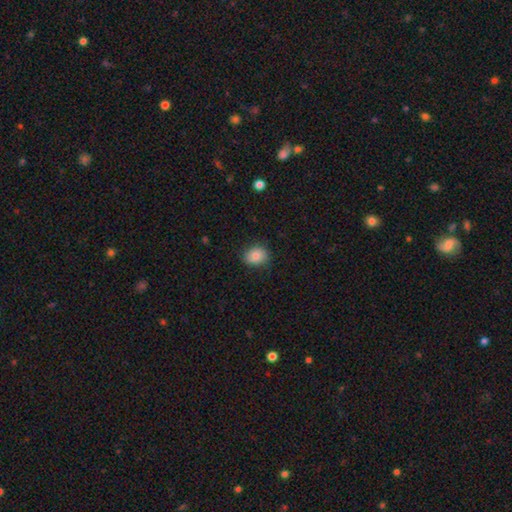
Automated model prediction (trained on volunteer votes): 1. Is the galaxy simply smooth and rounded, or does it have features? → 83% smooth, 9% star or artifact, 8% featured or disk.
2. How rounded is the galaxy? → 54% round, 45% in between, 1% cigar-shaped.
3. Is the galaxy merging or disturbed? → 82% none, 14% minor disturbance, 3% major disturbance, 1% merger.